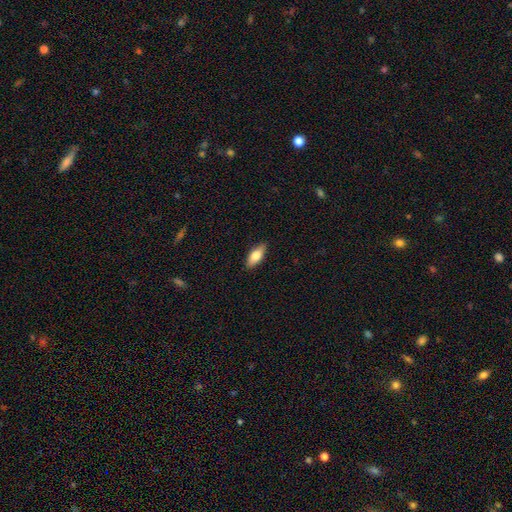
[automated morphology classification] Q: Smooth or featured?
A: smooth (76%); runner-up: featured or disk (18%)
Q: How rounded?
A: in between (79%); runner-up: cigar-shaped (18%)
Q: Merging?
A: none (88%); runner-up: minor disturbance (9%)